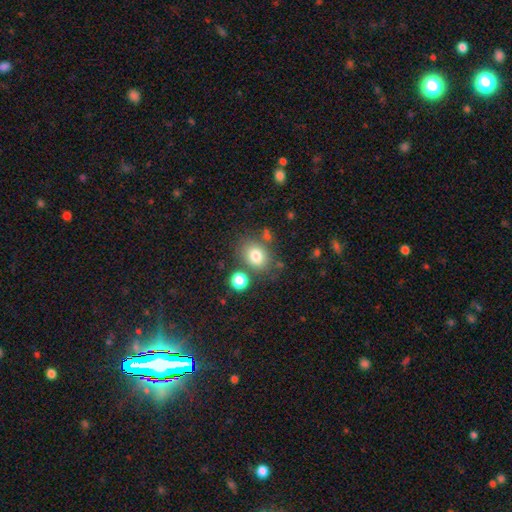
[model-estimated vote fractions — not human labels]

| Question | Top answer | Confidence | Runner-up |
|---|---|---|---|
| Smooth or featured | smooth | 79% | star or artifact (11%) |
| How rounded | in between | 54% | round (45%) |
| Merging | none | 70% | minor disturbance (13%) |